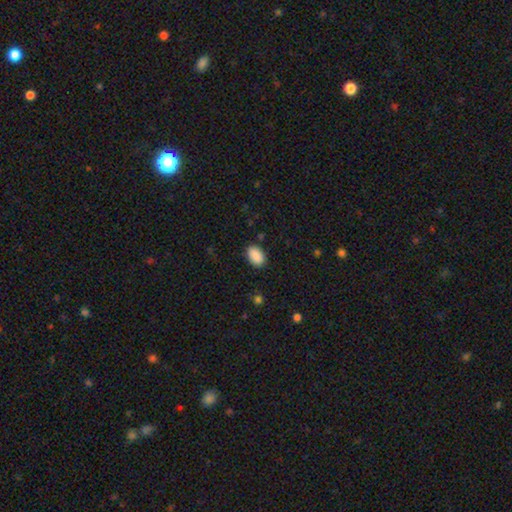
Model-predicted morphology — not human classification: Q: Smooth or featured?
A: smooth (90%); runner-up: star or artifact (7%)
Q: How rounded?
A: in between (90%); runner-up: round (9%)
Q: Merging?
A: none (86%); runner-up: minor disturbance (10%)